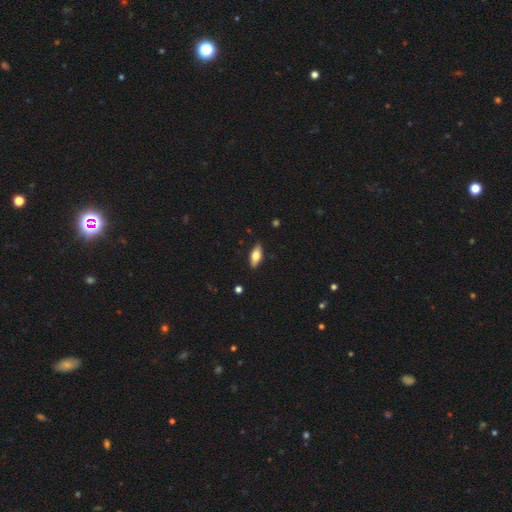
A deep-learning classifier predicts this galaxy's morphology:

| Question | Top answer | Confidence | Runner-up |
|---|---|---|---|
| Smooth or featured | smooth | 67% | featured or disk (26%) |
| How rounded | in between | 80% | cigar-shaped (17%) |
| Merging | none | 87% | minor disturbance (10%) |